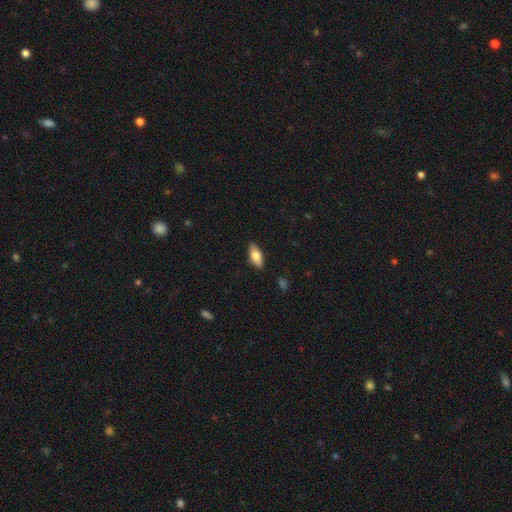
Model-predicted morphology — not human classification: Overall: smooth (77%). How rounded: in between (86%). Merging: none (87%).